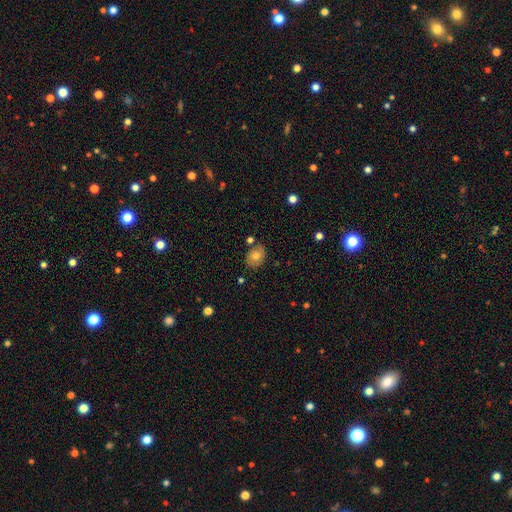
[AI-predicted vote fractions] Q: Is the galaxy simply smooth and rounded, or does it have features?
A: smooth — 74%.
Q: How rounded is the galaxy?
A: in between — 67%.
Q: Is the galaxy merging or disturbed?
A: none — 75%.